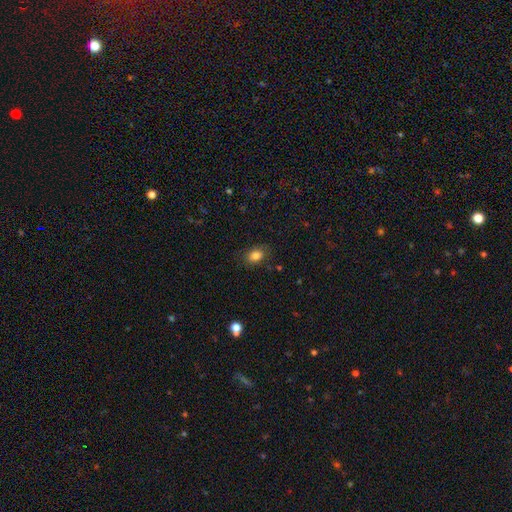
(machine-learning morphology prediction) A smooth galaxy with no disk features (83%) that is in between round and cigar-shaped (73%). Merging: none (81%).